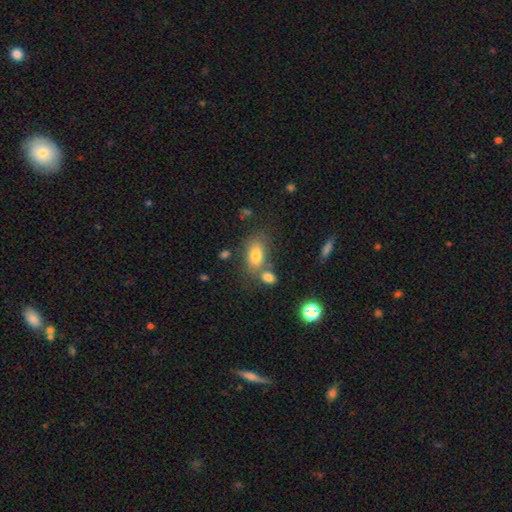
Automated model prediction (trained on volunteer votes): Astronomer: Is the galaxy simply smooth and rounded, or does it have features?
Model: smooth — 76%.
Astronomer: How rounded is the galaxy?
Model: in between — 87%.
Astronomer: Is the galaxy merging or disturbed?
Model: none — 58%.